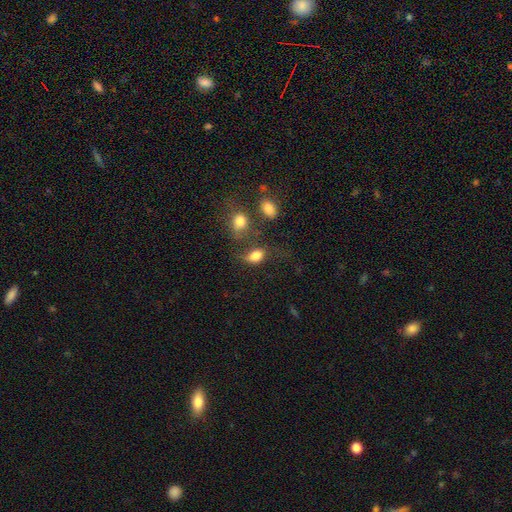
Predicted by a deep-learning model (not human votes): smooth_or_featured: smooth (p=0.79) [alt: star or artifact p=0.10]
how_rounded: in between (p=0.79) [alt: round p=0.19]
merging: none (p=0.42) [alt: minor disturbance p=0.23]